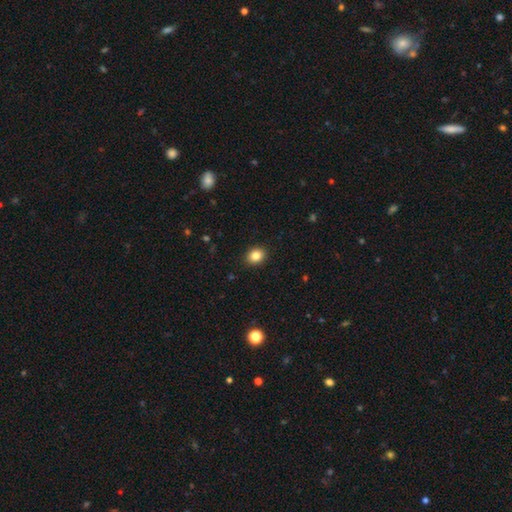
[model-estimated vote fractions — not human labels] Smooth or featured? Predicted: smooth (p=0.84). How rounded? Predicted: round (p=0.54). Merging? Predicted: none (p=0.91).